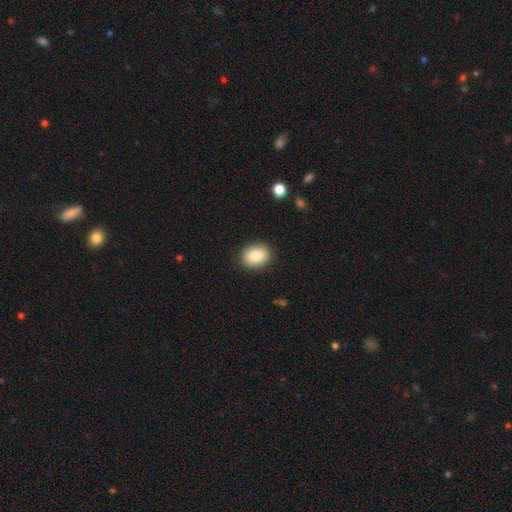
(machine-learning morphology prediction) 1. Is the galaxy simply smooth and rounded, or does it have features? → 83% smooth, 9% featured or disk, 8% star or artifact.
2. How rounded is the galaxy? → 53% in between, 46% round, 1% cigar-shaped.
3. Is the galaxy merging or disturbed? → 89% none, 8% minor disturbance, 2% major disturbance, 1% merger.